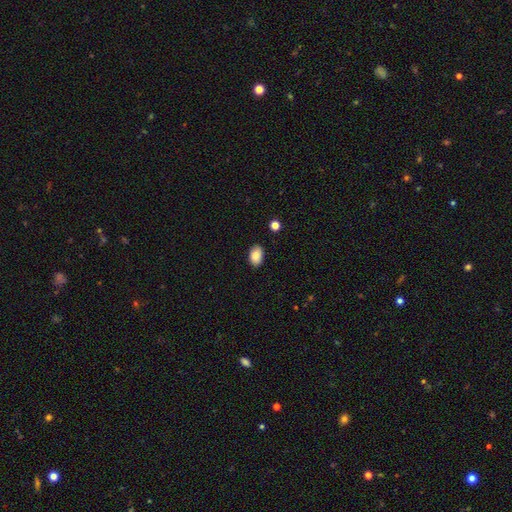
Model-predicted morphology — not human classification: Overall: smooth (88%). How rounded: in between (87%). Merging: none (86%).